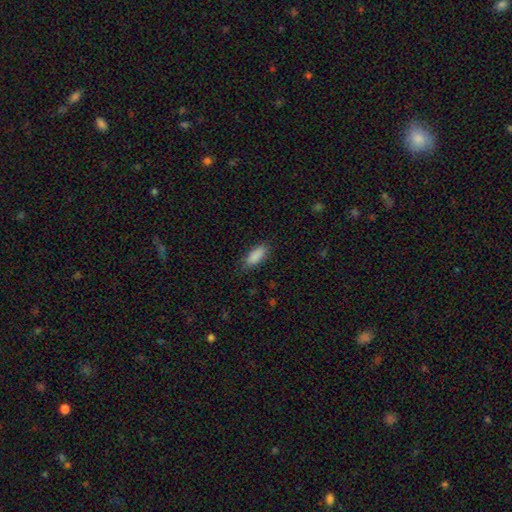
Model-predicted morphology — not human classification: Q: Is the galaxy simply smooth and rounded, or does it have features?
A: smooth — 89%.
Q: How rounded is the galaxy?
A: in between — 76%.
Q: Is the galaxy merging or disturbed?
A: none — 84%.